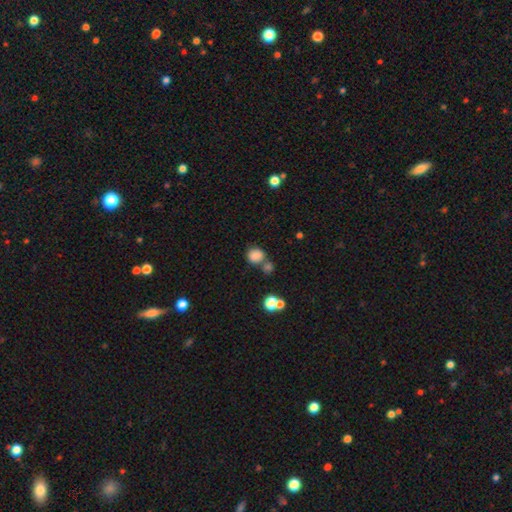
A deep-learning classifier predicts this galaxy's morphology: smooth 82%, star or artifact 12%, featured or disk 6%. Down the decision tree: how rounded — round (73%); merging — none (55%).